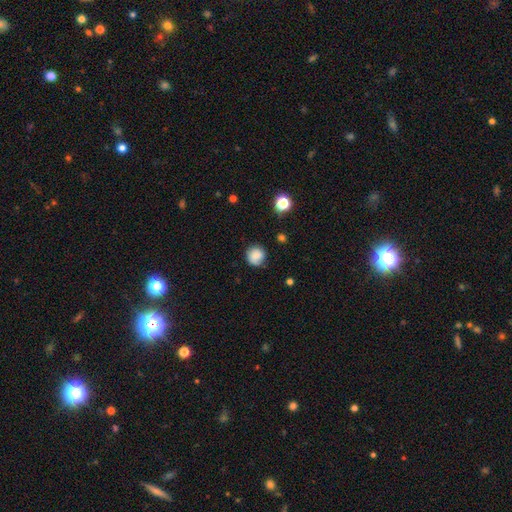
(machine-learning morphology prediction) This is clearly a smooth galaxy (81%). How rounded: clearly round (89%). Merging: likely none (73%).